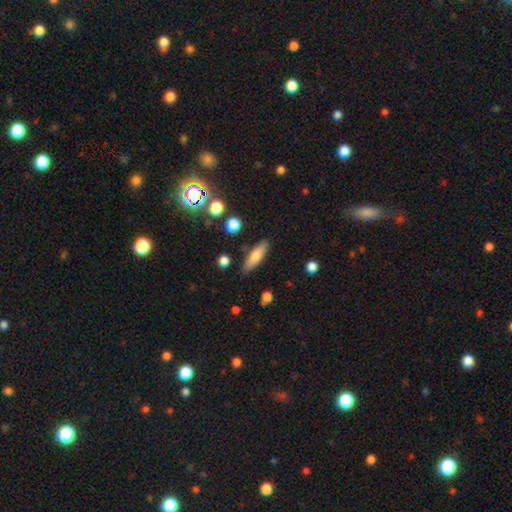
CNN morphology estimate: This appears to be a smooth galaxy with no disk features (71%) that is cigar-shaped (55%). Merging: none (85%).